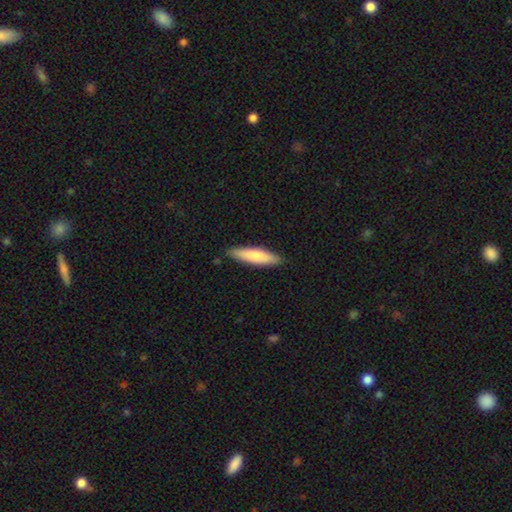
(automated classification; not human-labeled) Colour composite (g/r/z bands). It shows a smooth galaxy with no disk features (78%) that is cigar-shaped (75%). Merging: none (87%).